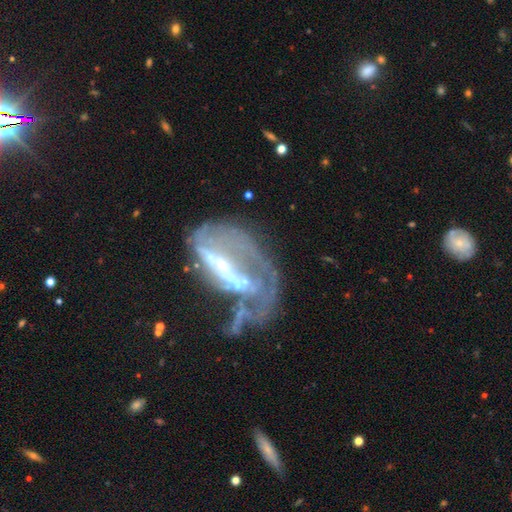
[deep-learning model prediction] Q: Smooth or featured?
A: featured or disk (71%); runner-up: smooth (17%)
Q: Edge-on disk?
A: no (83%); runner-up: yes (17%)
Q: Bar?
A: strong (53%); runner-up: weak (25%)
Q: Spiral arms?
A: yes (57%); runner-up: no (43%)
Q: Bulge size?
A: small (36%); runner-up: moderate (35%)
Q: Merging?
A: major disturbance (39%); runner-up: none (30%)